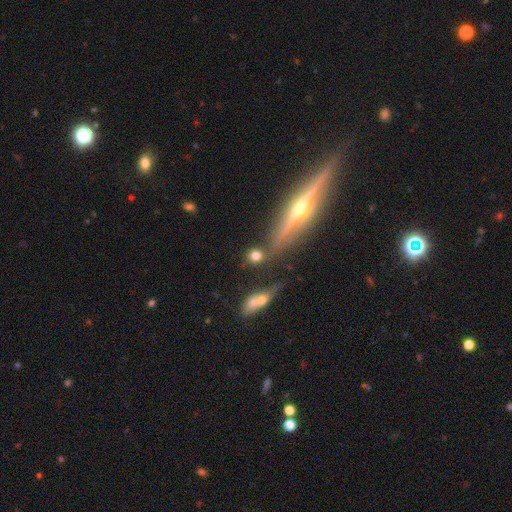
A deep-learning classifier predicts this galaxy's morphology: A smooth galaxy with no disk features (71%) that is round (75%).

Vote fractions:
- Smooth or featured? smooth: 71% / featured or disk: 16% / star or artifact: 13%
- How rounded? round: 75% / in between: 18% / cigar-shaped: 7%
- Merging? none: 69% / merger: 15% / minor disturbance: 11% / major disturbance: 5%